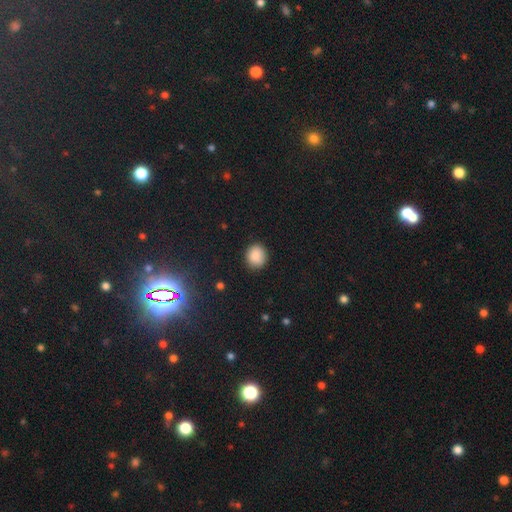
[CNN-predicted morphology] A smooth galaxy with no disk features (88%) that is round (79%).

Vote fractions:
- Smooth or featured? smooth: 88% / star or artifact: 9% / featured or disk: 3%
- How rounded? round: 79% / in between: 20% / cigar-shaped: 1%
- Merging? none: 87% / minor disturbance: 9% / major disturbance: 2% / merger: 1%